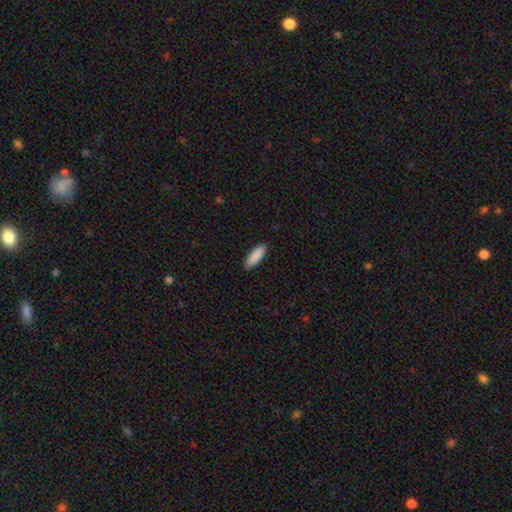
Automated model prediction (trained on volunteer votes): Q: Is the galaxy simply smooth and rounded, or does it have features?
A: smooth — 90%.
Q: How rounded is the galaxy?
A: in between — 55%.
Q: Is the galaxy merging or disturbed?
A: none — 90%.